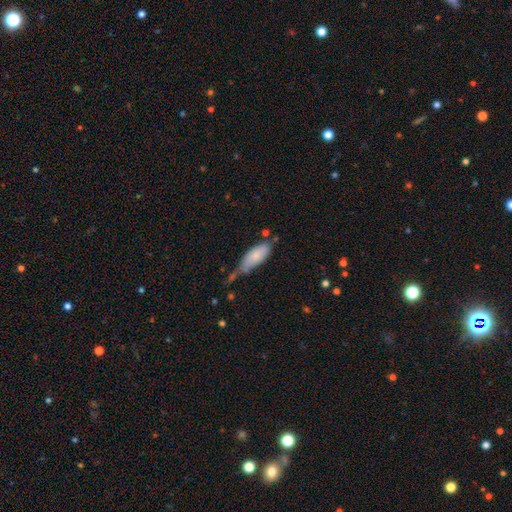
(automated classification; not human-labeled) Morphology: type=smooth (79%); roundness=in between (76%); merging=none (36%, tied with minor disturbance).